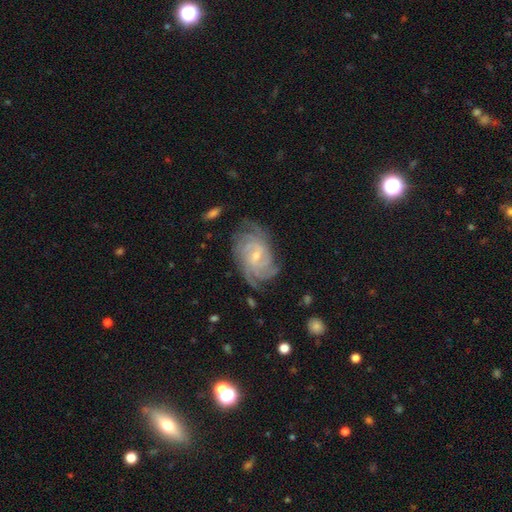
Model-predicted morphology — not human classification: Smooth or featured? featured or disk (88%)
Edge-on disk? no (97%)
Bar? weak (45%)
Spiral arms? yes (98%)
Spiral winding? tight (70%)
Spiral arm count? 4 (33%)
Bulge size? small (64%)
Merging? none (73%)